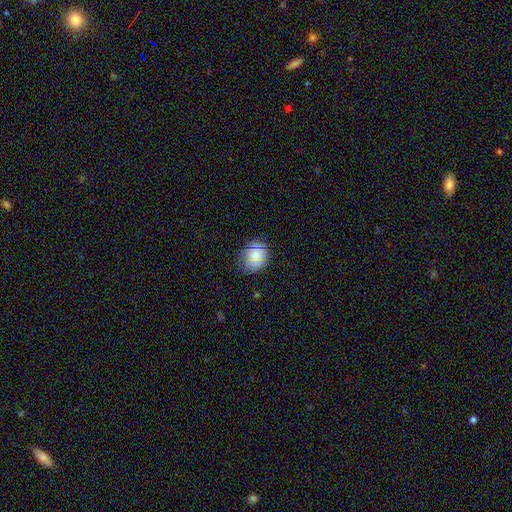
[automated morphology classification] Q: Smooth or featured?
A: smooth (73%); runner-up: star or artifact (16%)
Q: How rounded?
A: round (64%); runner-up: in between (34%)
Q: Merging?
A: none (80%); runner-up: minor disturbance (15%)